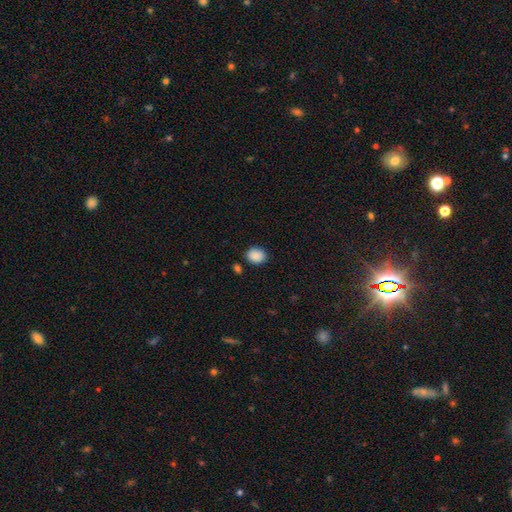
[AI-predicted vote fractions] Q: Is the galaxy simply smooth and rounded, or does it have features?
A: smooth — 89%.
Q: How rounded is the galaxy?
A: in between — 51%.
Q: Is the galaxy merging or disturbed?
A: none — 83%.